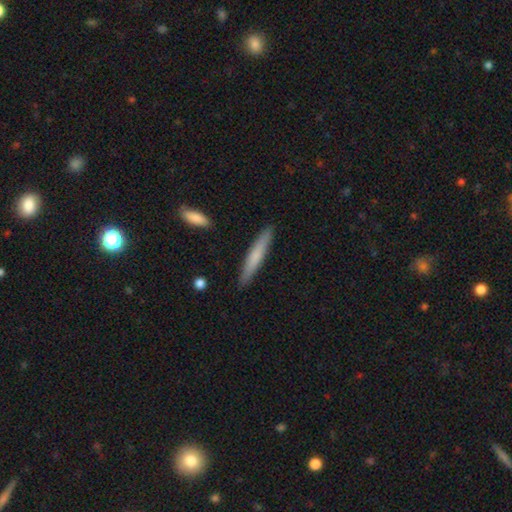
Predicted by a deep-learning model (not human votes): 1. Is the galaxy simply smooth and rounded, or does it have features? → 69% smooth, 25% featured or disk, 5% star or artifact.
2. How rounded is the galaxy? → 94% cigar-shaped, 5% in between, 1% round.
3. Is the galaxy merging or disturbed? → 89% none, 8% minor disturbance, 2% merger, 2% major disturbance.